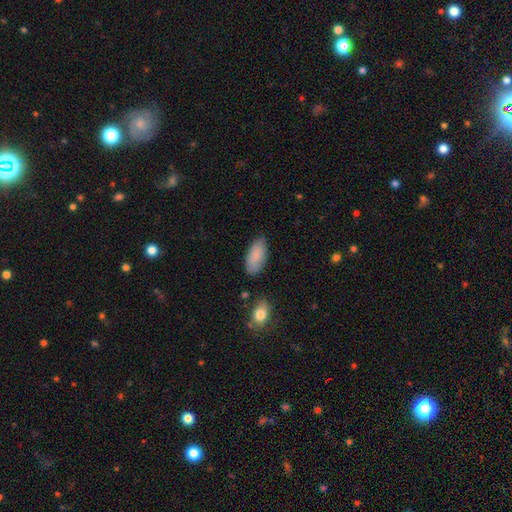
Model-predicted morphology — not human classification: smooth 87%, featured or disk 7%, star or artifact 6%. Down the decision tree: how rounded — in between (91%); merging — none (79%).